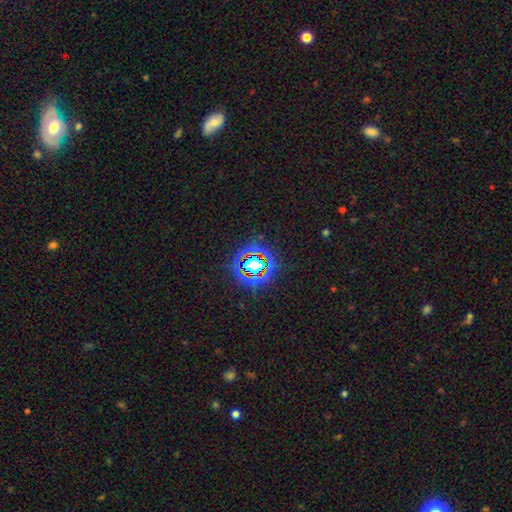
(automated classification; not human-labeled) A star or artifact, not a galaxy (78%).